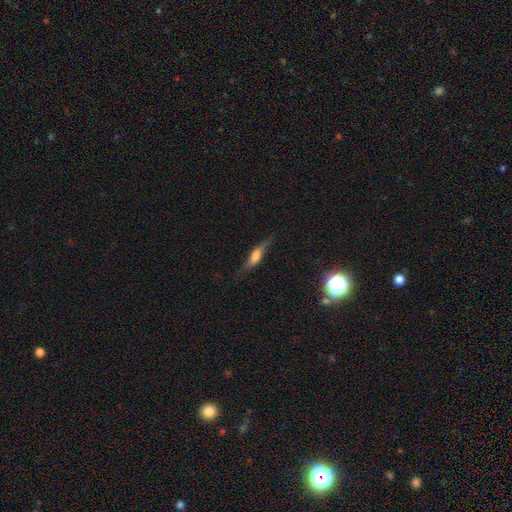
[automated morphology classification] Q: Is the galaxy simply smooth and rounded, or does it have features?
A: featured or disk — 49%.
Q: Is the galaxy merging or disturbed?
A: none — 68%.